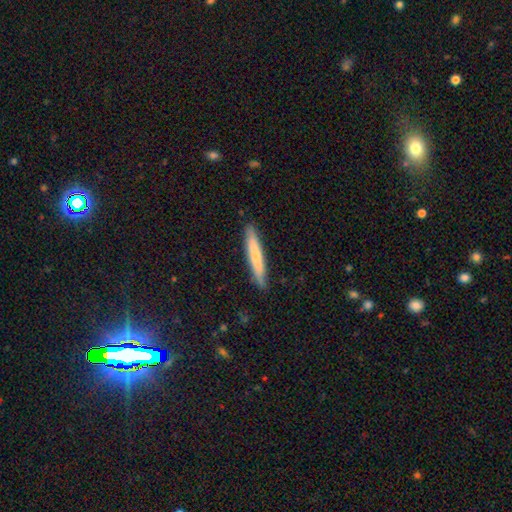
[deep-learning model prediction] Smooth or featured: smooth — 67% (featured or disk — 28%)
How rounded: cigar-shaped — 94% (in between — 5%)
Merging: none — 87% (minor disturbance — 10%)